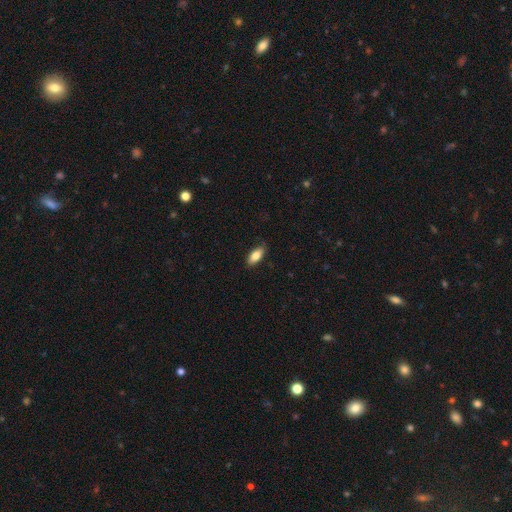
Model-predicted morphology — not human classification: Q: Smooth or featured?
A: smooth (83%); runner-up: featured or disk (11%)
Q: How rounded?
A: in between (86%); runner-up: cigar-shaped (12%)
Q: Merging?
A: none (84%); runner-up: minor disturbance (13%)